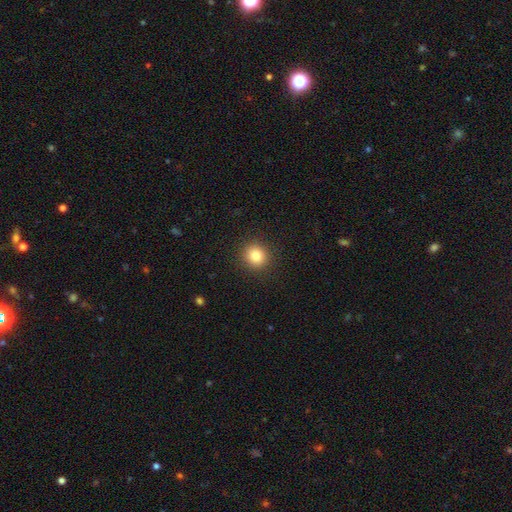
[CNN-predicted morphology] Overall: smooth (83%). How rounded: round (88%). Merging: none (91%).